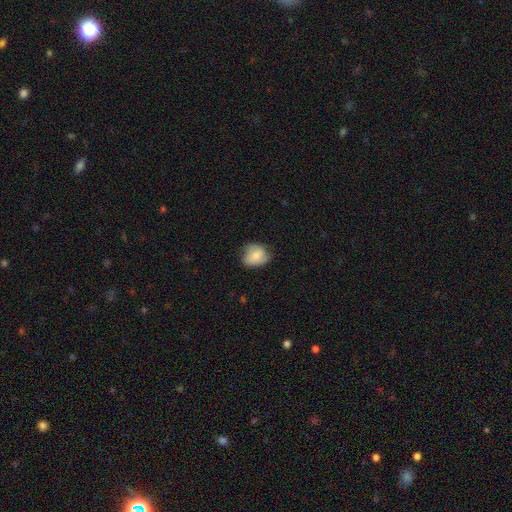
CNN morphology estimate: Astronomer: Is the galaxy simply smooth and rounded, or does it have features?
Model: smooth — 71%.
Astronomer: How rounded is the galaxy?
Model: round — 55% (runner-up: in between, 44%).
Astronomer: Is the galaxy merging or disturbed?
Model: none — 60%.